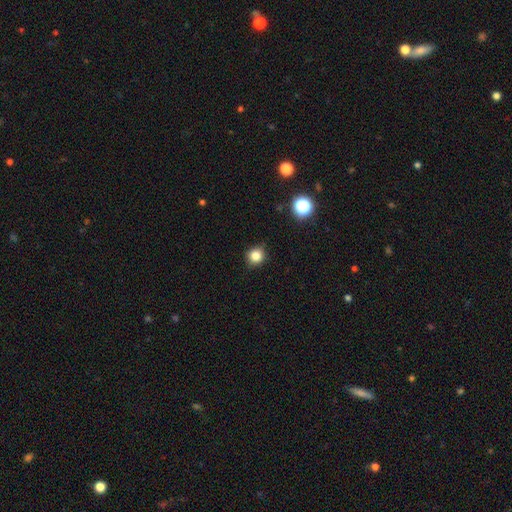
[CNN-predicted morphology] Overall: smooth (82%). How rounded: round (86%). Merging: none (84%).